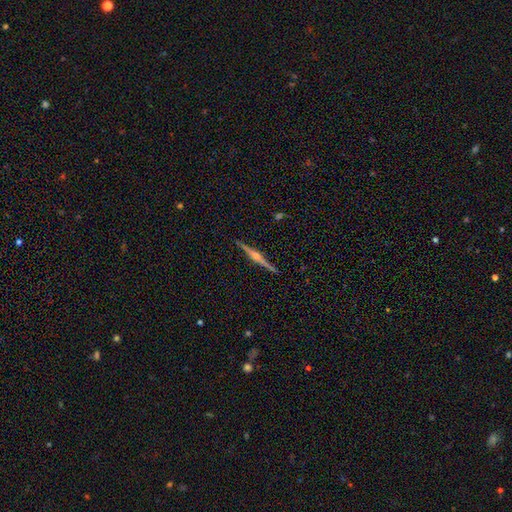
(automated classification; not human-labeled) The model was most divided on "smooth or featured": featured or disk: 84%, smooth: 10%, star or artifact: 6%. More confident: edge-on disk — yes (99%); merging — none (92%); edge-on bulge — rounded (87%).